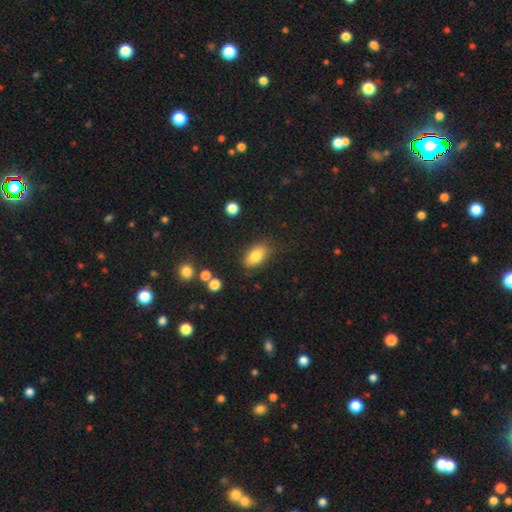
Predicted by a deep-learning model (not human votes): smooth-or-featured: smooth: 81% | featured or disk: 11% | star or artifact: 8%
  how-rounded: in between: 89% | round: 7% | cigar-shaped: 4%
  merging: none: 79% | minor disturbance: 15% | major disturbance: 4% | merger: 2%